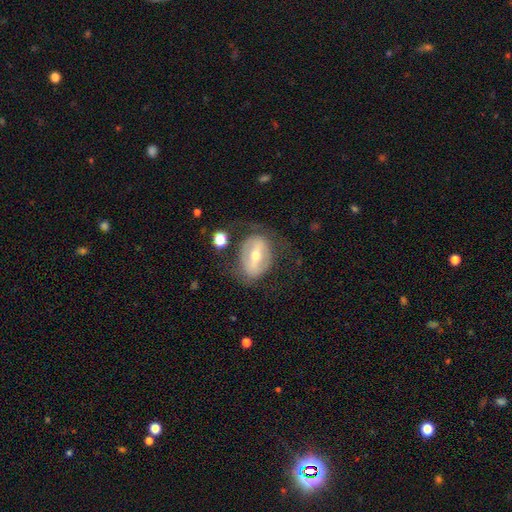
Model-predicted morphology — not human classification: Smooth or featured: featured or disk — 65% (smooth — 28%)
Edge-on disk: no — 92% (yes — 8%)
Bar: strong — 57% (weak — 28%)
Spiral arms: no — 59% (yes — 41%)
Bulge size: moderate — 58% (small — 37%)
Merging: none — 59% (minor disturbance — 20%)